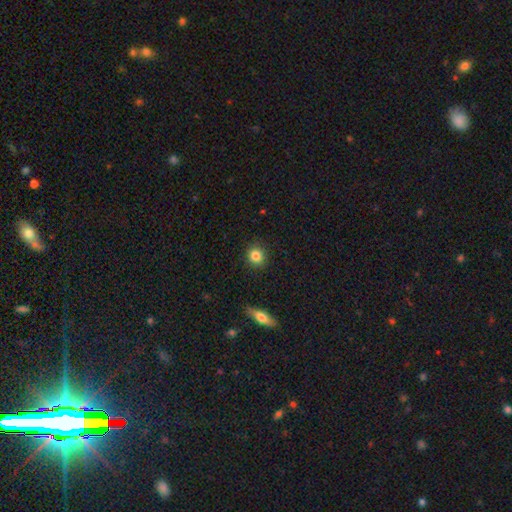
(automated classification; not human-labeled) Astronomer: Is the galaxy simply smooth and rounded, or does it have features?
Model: smooth — 84%.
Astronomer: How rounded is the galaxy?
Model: round — 87%.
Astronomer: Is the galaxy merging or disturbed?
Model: none — 89%.